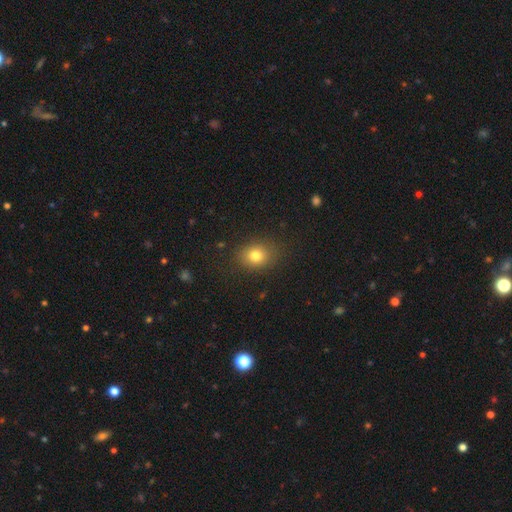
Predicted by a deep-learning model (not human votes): Smooth or featured? smooth (79%)
How rounded? round (50%)
Merging? none (84%)